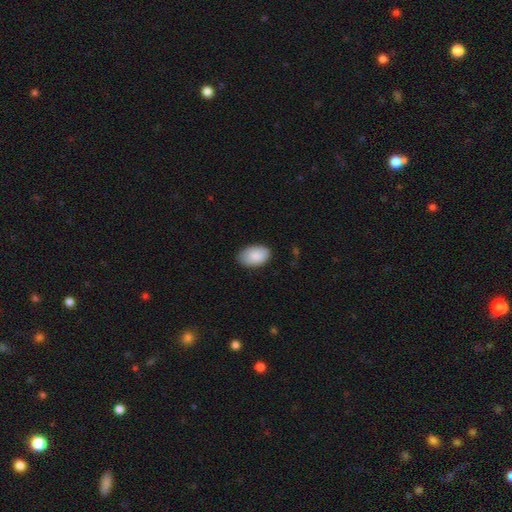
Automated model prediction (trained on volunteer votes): Smooth or featured?
  - smooth: 89% *
  - featured or disk: 6%
  - star or artifact: 6%
How rounded?
  - in between: 92% *
  - round: 7%
  - cigar-shaped: 1%
Merging?
  - none: 83% *
  - minor disturbance: 14%
  - major disturbance: 2%
  - merger: 1%